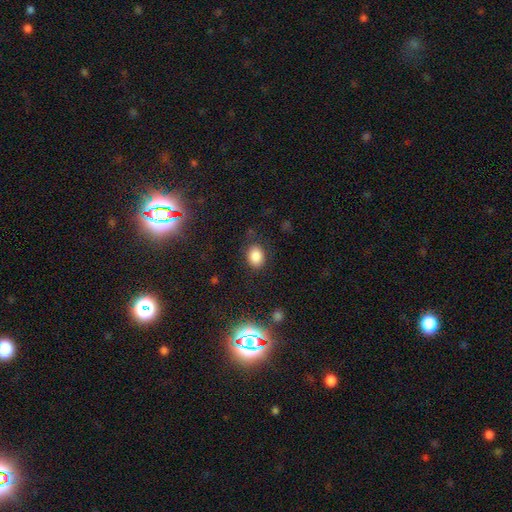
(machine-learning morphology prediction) A smooth galaxy with no disk features (84%) that is in between round and cigar-shaped (65%). Merging: none (80%).